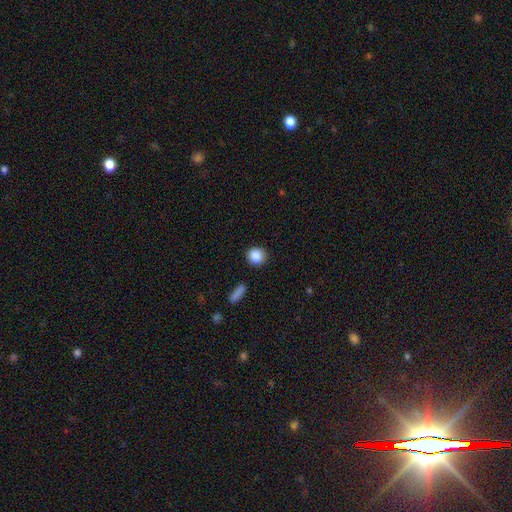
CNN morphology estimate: smooth-or-featured: smooth: 87% | star or artifact: 9% | featured or disk: 4%
  how-rounded: round: 88% | in between: 10% | cigar-shaped: 1%
  merging: none: 89% | minor disturbance: 7% | merger: 2% | major disturbance: 2%